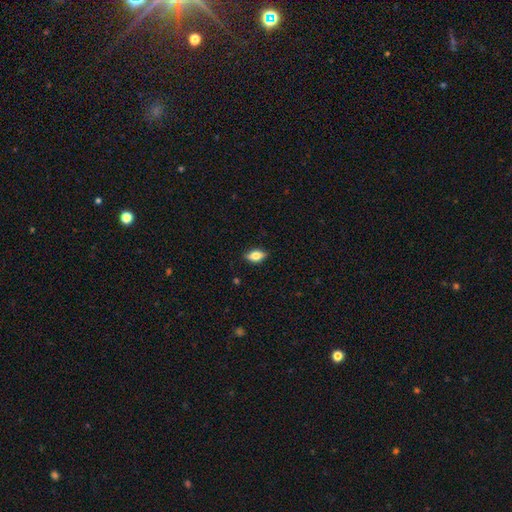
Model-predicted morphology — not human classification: This appears to be a smooth galaxy with no disk features (77%) that is in between round and cigar-shaped (88%). Merging: none (85%).